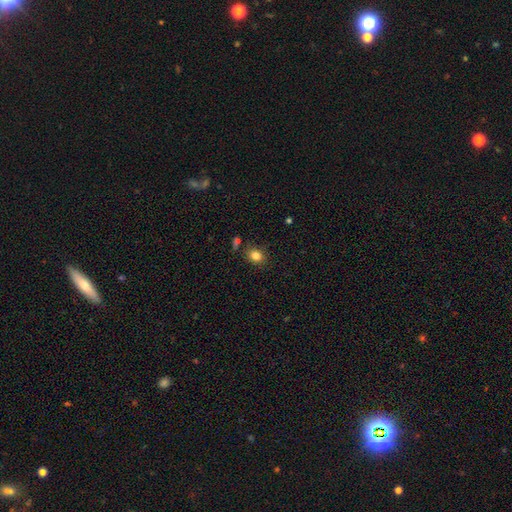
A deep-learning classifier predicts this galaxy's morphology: Smooth or featured? Predicted: smooth (p=0.83). How rounded? Predicted: round (p=0.59). Merging? Predicted: none (p=0.81).